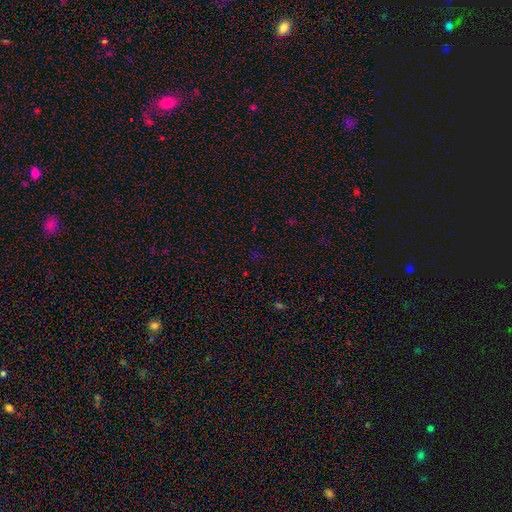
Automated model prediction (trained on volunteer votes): smooth-or-featured: star or artifact: 66% | smooth: 26% | featured or disk: 8%